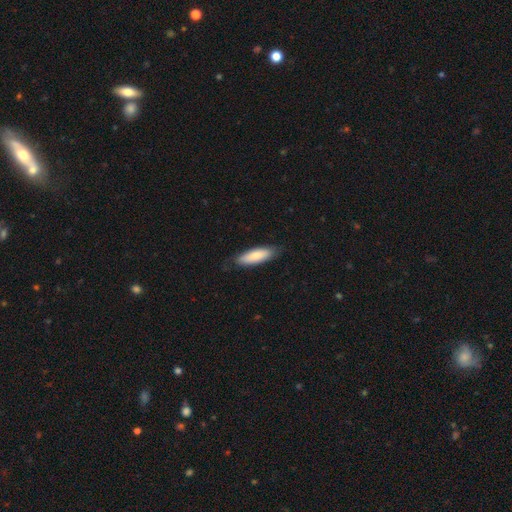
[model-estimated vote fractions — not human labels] smooth 83%, featured or disk 12%, star or artifact 5%. Down the decision tree: how rounded — in between (51%); merging — none (80%).